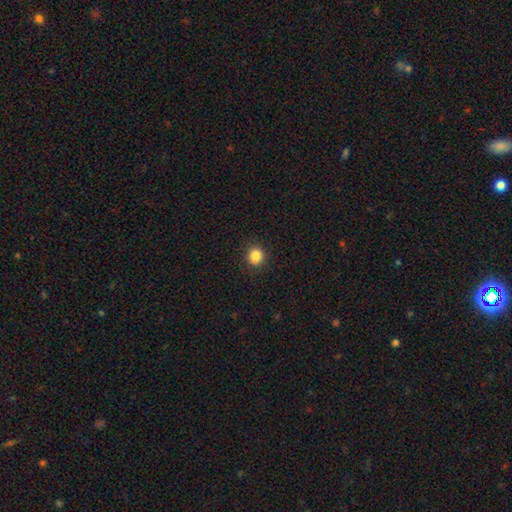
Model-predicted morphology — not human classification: A smooth galaxy with no disk features (83%) that is round (84%).

Vote fractions:
- Smooth or featured? smooth: 83% / star or artifact: 11% / featured or disk: 6%
- How rounded? round: 84% / in between: 15% / cigar-shaped: 1%
- Merging? none: 83% / minor disturbance: 11% / merger: 3% / major disturbance: 3%